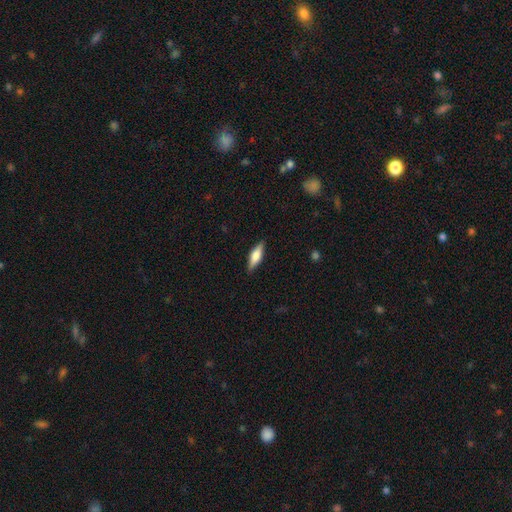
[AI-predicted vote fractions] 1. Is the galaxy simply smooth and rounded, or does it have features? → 59% smooth, 35% featured or disk, 6% star or artifact.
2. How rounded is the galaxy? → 49% cigar-shaped (tied), 49% in between (tied), 3% round.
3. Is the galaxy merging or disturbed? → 87% none, 10% minor disturbance, 2% major disturbance, 1% merger.